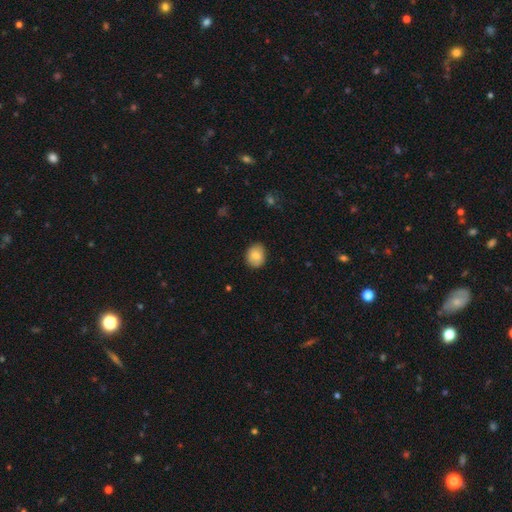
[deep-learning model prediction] Smooth or featured?
  - smooth: 81% *
  - featured or disk: 11%
  - star or artifact: 8%
How rounded?
  - round: 57% *
  - in between: 42%
  - cigar-shaped: 1%
Merging?
  - none: 82% *
  - minor disturbance: 14%
  - major disturbance: 3%
  - merger: 1%